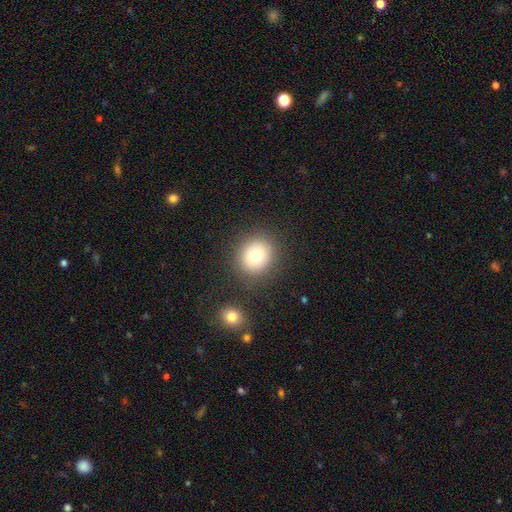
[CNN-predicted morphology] smooth-or-featured: smooth: 77% | star or artifact: 12% | featured or disk: 11%
  how-rounded: round: 87% | in between: 13% | cigar-shaped: 1%
  merging: none: 85% | minor disturbance: 8% | merger: 4% | major disturbance: 3%